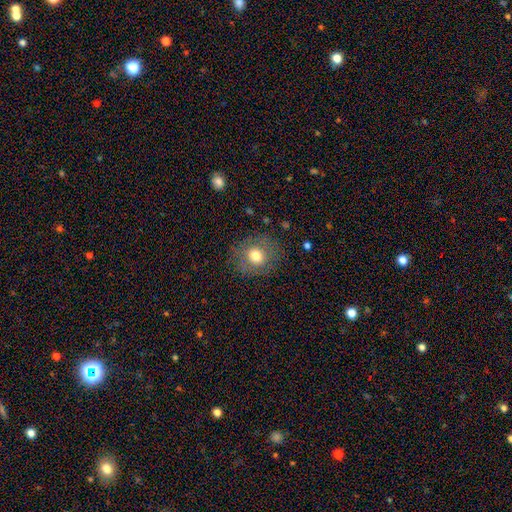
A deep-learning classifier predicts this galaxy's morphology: smooth 73%, featured or disk 17%, star or artifact 11%. Down the decision tree: how rounded — round (74%); merging — none (82%).